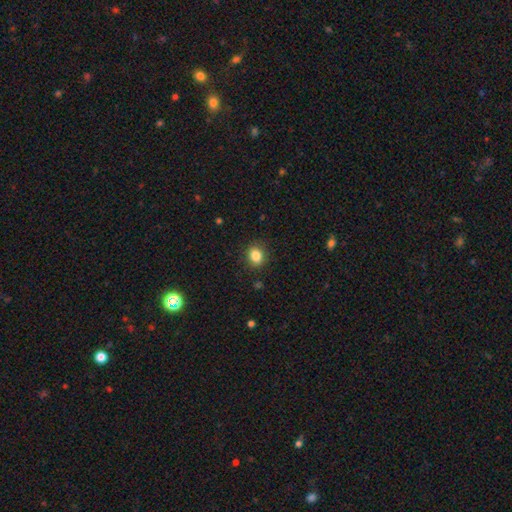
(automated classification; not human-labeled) Smooth or featured? smooth (84%)
How rounded? round (57%)
Merging? none (87%)